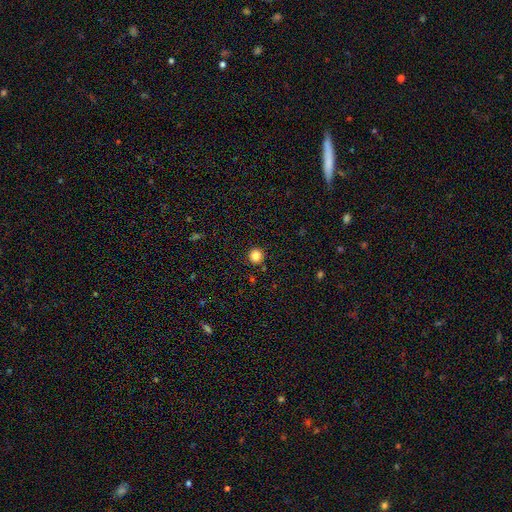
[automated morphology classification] Smooth or featured?
  - smooth: 83% *
  - star or artifact: 12%
  - featured or disk: 5%
How rounded?
  - round: 95% *
  - in between: 4%
  - cigar-shaped: 1%
Merging?
  - none: 92% *
  - minor disturbance: 5%
  - major disturbance: 2%
  - merger: 1%